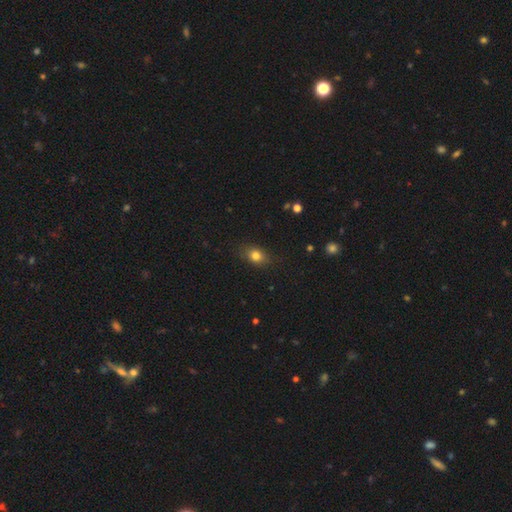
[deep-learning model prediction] smooth 79%, star or artifact 11%, featured or disk 9%. Down the decision tree: how rounded — in between (65%); merging — none (82%).